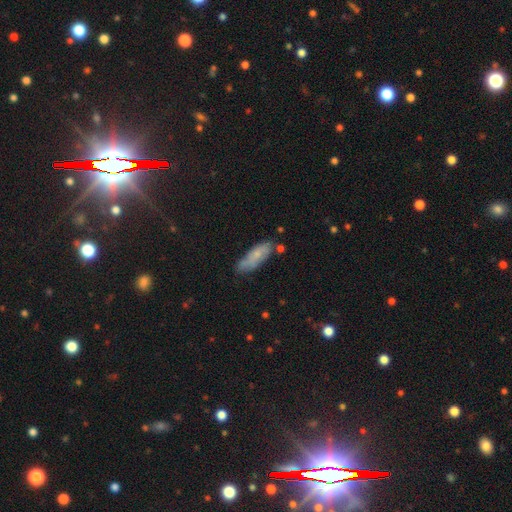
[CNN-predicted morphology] Q: Smooth or featured?
A: smooth (64%); runner-up: featured or disk (28%)
Q: How rounded?
A: in between (54%); runner-up: cigar-shaped (44%)
Q: Merging?
A: none (66%); runner-up: minor disturbance (24%)